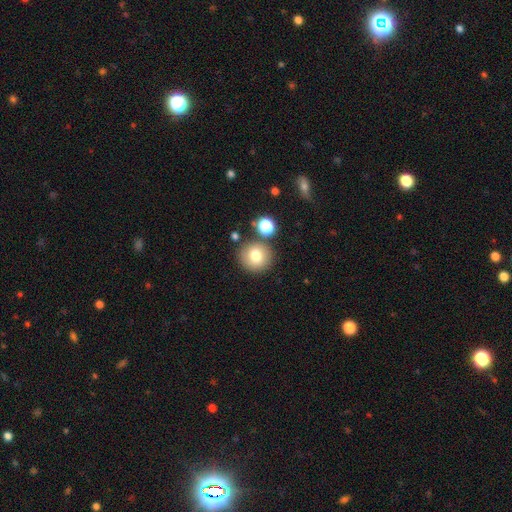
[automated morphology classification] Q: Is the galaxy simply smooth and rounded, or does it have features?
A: smooth — 76%.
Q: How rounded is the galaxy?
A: round — 92%.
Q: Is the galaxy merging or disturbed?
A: none — 80%.